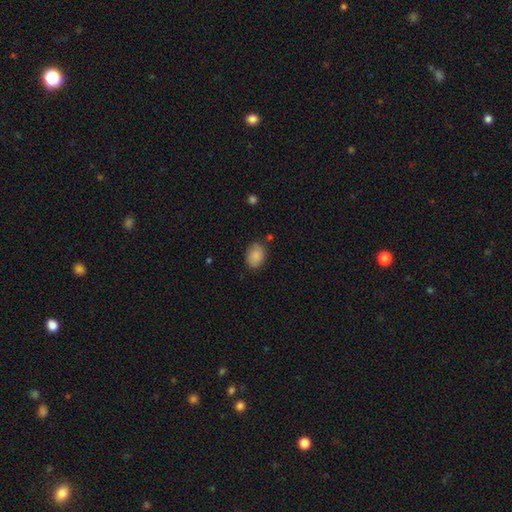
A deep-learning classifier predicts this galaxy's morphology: Q: Smooth or featured?
A: smooth (85%); runner-up: featured or disk (8%)
Q: How rounded?
A: in between (70%); runner-up: round (29%)
Q: Merging?
A: none (77%); runner-up: minor disturbance (17%)